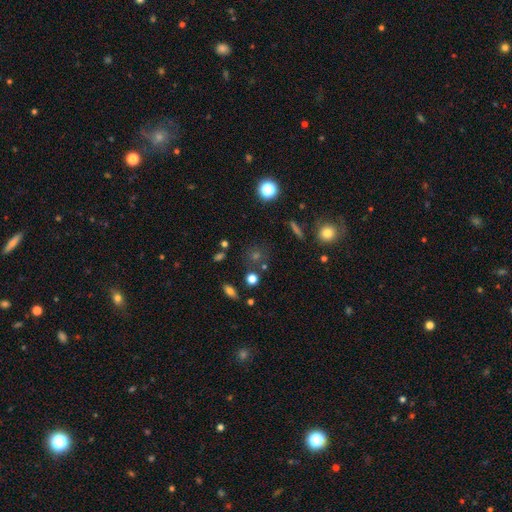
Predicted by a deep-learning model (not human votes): Smooth or featured?
  - smooth: 51% *
  - star or artifact: 36%
  - featured or disk: 12%
How rounded?
  - round: 86% *
  - in between: 12%
  - cigar-shaped: 2%
Merging?
  - none: 79% *
  - minor disturbance: 10%
  - merger: 7%
  - major disturbance: 4%